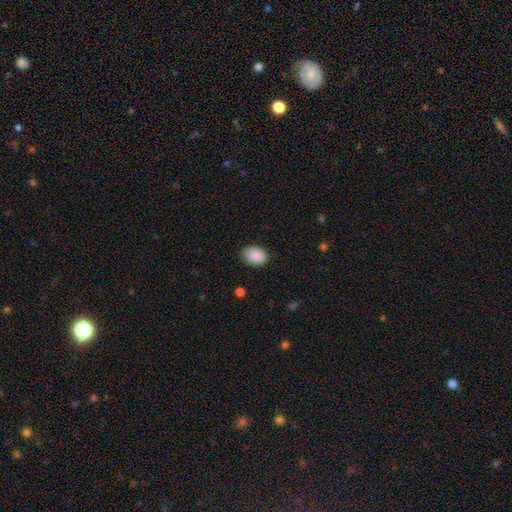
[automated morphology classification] Q: Smooth or featured?
A: smooth (89%); runner-up: star or artifact (7%)
Q: How rounded?
A: in between (74%); runner-up: round (25%)
Q: Merging?
A: none (82%); runner-up: minor disturbance (14%)